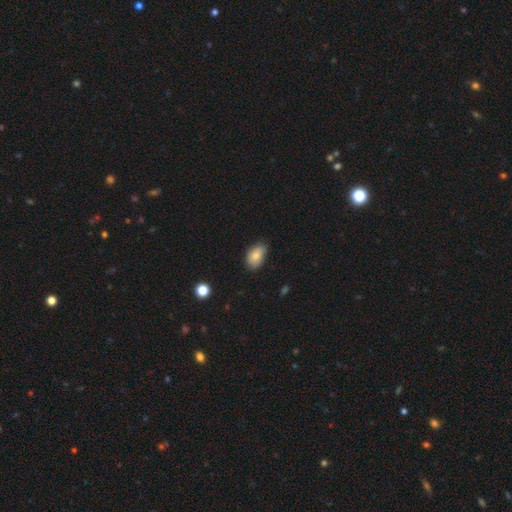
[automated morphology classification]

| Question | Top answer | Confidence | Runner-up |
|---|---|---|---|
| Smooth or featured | smooth | 82% | featured or disk (11%) |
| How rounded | in between | 89% | round (9%) |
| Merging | none | 68% | minor disturbance (27%) |